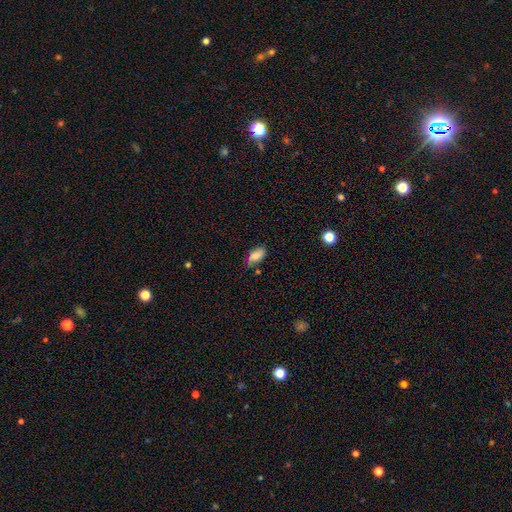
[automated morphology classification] The model was most divided on "merging": none: 65%, minor disturbance: 26%, major disturbance: 5%, merger: 4%. More confident: how rounded — in between (91%); smooth or featured — smooth (78%).